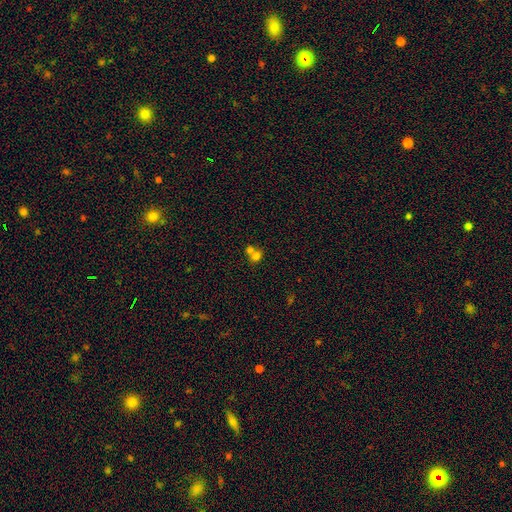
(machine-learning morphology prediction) Q: Smooth or featured?
A: smooth (52%); runner-up: star or artifact (35%)
Q: How rounded?
A: round (80%); runner-up: in between (18%)
Q: Merging?
A: none (48%); runner-up: merger (40%)